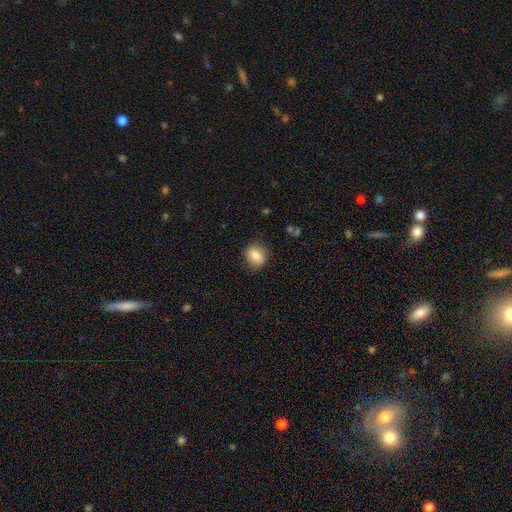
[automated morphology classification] A smooth galaxy with no disk features (79%) that is round (69%).

Vote fractions:
- Smooth or featured? smooth: 79% / featured or disk: 12% / star or artifact: 9%
- How rounded? round: 69% / in between: 30% / cigar-shaped: 1%
- Merging? none: 86% / minor disturbance: 11% / major disturbance: 3% / merger: 1%